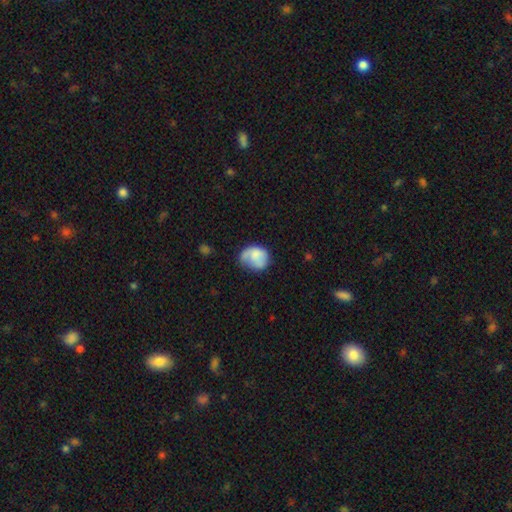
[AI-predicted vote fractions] A smooth galaxy with no disk features (68%) that is round (55%).

Vote fractions:
- Smooth or featured? smooth: 68% / featured or disk: 24% / star or artifact: 8%
- How rounded? round: 55% / in between: 44% / cigar-shaped: 1%
- Merging? none: 42% / minor disturbance: 35% / major disturbance: 18% / merger: 4%